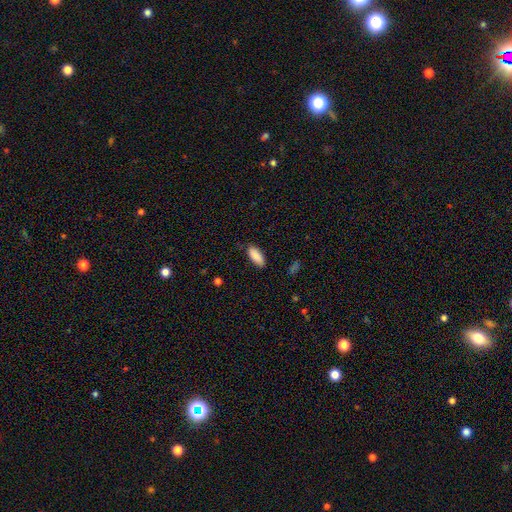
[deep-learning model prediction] This is clearly a smooth galaxy (89%). How rounded: clearly in between (85%). Merging: clearly none (83%).